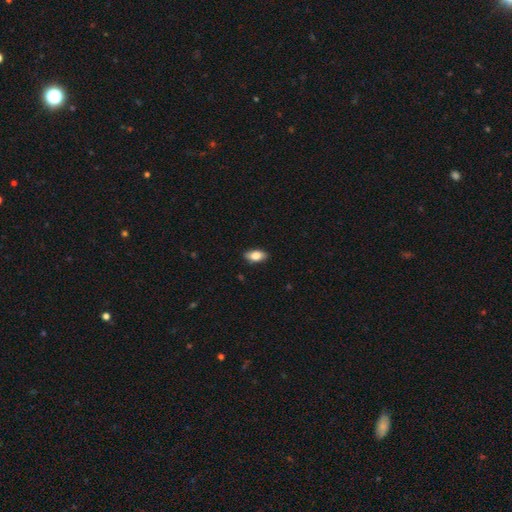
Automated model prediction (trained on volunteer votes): A smooth galaxy with no disk features (83%) that is in between round and cigar-shaped (90%).

Vote fractions:
- Smooth or featured? smooth: 83% / featured or disk: 10% / star or artifact: 7%
- How rounded? in between: 90% / cigar-shaped: 5% / round: 5%
- Merging? none: 87% / minor disturbance: 11% / major disturbance: 2% / merger: 1%